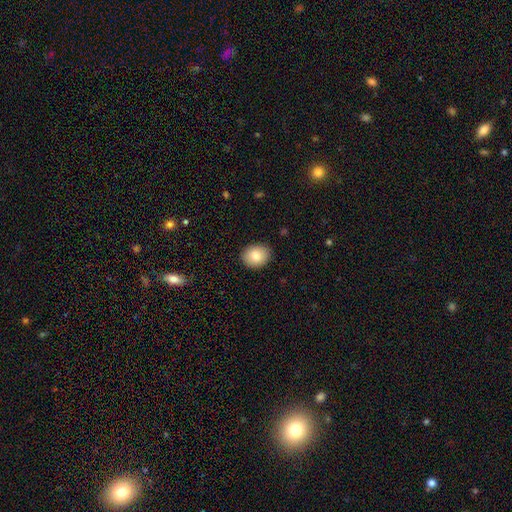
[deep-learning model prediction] smooth-or-featured: smooth: 82% | featured or disk: 10% | star or artifact: 8%
  how-rounded: round: 52% | in between: 47% | cigar-shaped: 1%
  merging: none: 89% | minor disturbance: 8% | major disturbance: 2% | merger: 1%